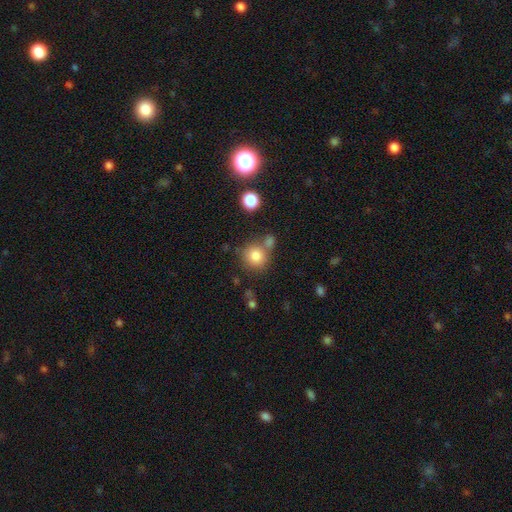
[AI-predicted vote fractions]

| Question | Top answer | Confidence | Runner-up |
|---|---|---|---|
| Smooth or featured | smooth | 81% | star or artifact (11%) |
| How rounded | round | 89% | in between (10%) |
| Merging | none | 63% | merger (21%) |